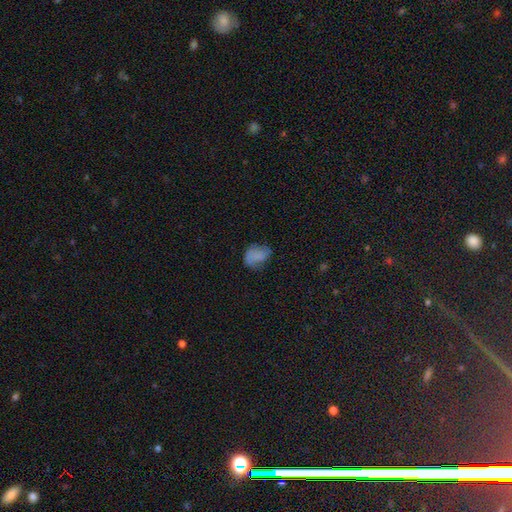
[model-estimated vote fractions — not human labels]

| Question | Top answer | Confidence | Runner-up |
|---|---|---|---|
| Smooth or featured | smooth | 73% | featured or disk (16%) |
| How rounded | in between | 72% | round (27%) |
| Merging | none | 50% | minor disturbance (32%) |